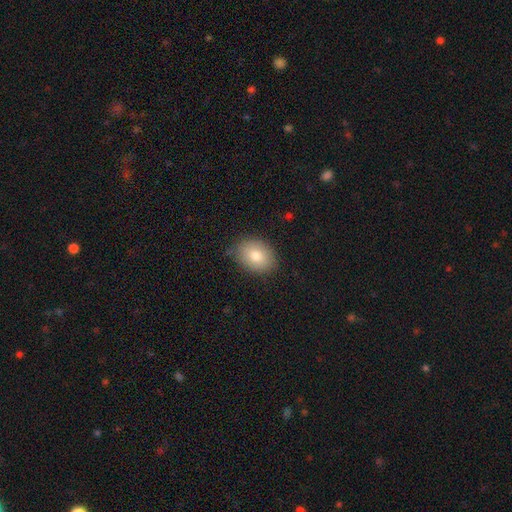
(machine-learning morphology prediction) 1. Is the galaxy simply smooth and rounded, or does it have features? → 80% smooth, 12% featured or disk, 9% star or artifact.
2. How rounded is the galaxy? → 64% in between, 35% round, 1% cigar-shaped.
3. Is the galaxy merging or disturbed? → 82% none, 14% minor disturbance, 3% major disturbance, 1% merger.